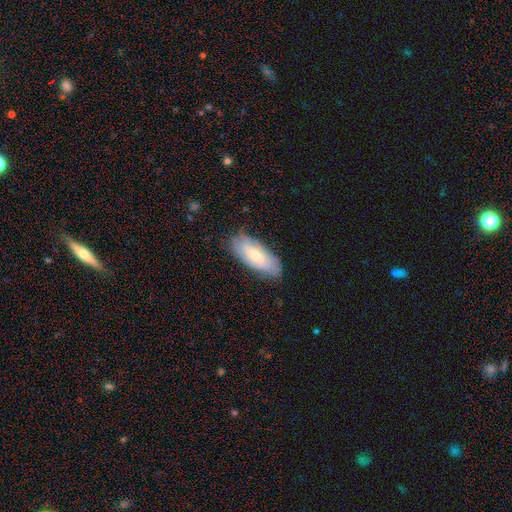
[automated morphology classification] A smooth galaxy with no disk features (57%) that is in between round and cigar-shaped (80%).

Vote fractions:
- Smooth or featured? smooth: 57% / featured or disk: 37% / star or artifact: 7%
- How rounded? in between: 80% / cigar-shaped: 18% / round: 2%
- Merging? none: 79% / minor disturbance: 16% / major disturbance: 3% / merger: 1%